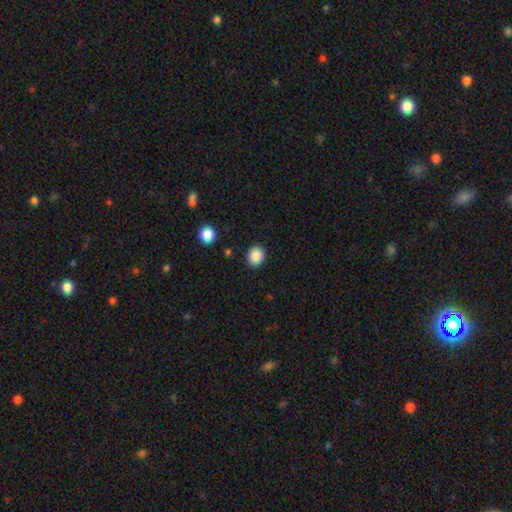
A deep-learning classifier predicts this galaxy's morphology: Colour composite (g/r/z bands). It shows a smooth galaxy with no disk features (87%) that is round (71%). Merging: none (90%).